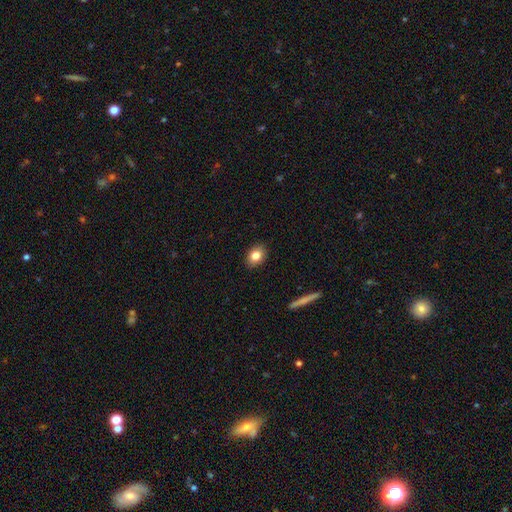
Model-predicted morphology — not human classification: Overall: smooth (81%). How rounded: in between (69%). Merging: none (89%).